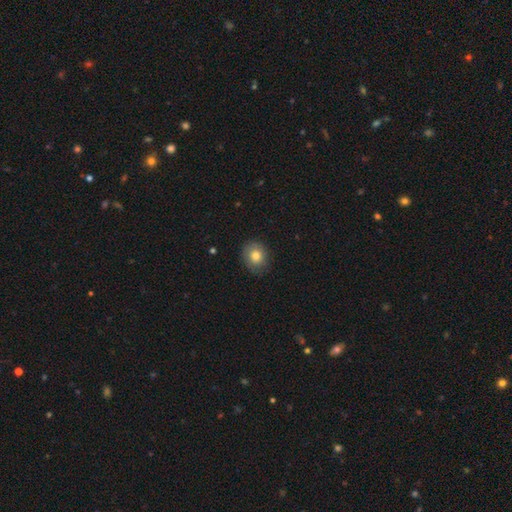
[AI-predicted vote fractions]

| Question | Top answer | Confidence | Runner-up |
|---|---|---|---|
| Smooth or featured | smooth | 80% | featured or disk (11%) |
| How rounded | round | 71% | in between (28%) |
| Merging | none | 84% | minor disturbance (12%) |